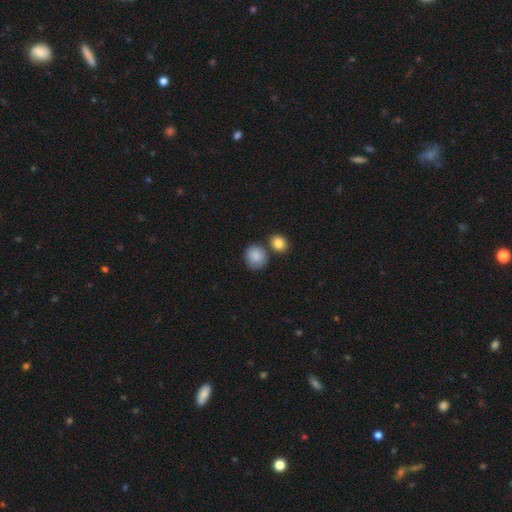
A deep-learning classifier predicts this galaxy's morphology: A smooth galaxy with no disk features (87%) that is round (76%).

Vote fractions:
- Smooth or featured? smooth: 87% / star or artifact: 7% / featured or disk: 6%
- How rounded? round: 76% / in between: 23% / cigar-shaped: 1%
- Merging? none: 65% / minor disturbance: 16% / merger: 15% / major disturbance: 4%